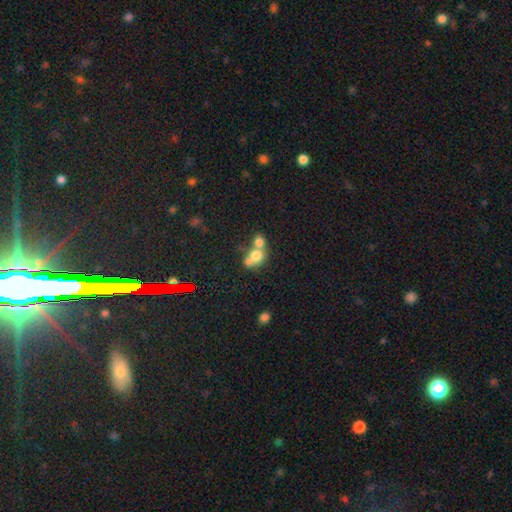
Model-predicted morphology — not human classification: Overall: smooth (69%). How rounded: round (60%; in between 39%). Merging: merger (64%; none 24%).